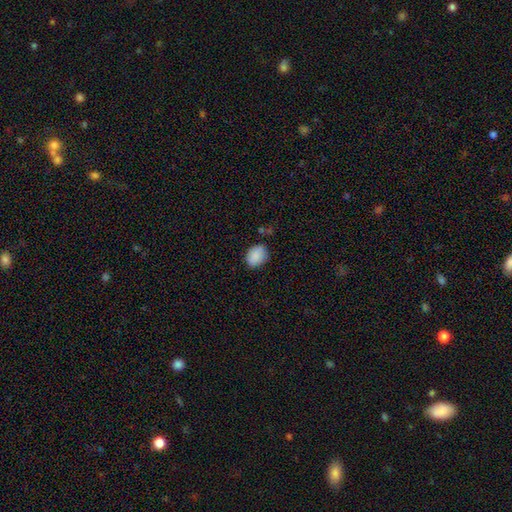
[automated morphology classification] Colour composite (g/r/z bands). It shows a smooth galaxy with no disk features (89%) that is in between round and cigar-shaped (65%). Merging: none (78%).